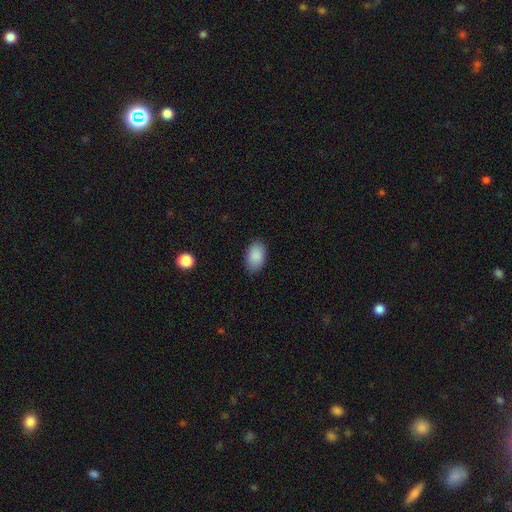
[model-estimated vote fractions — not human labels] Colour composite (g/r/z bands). It shows a smooth galaxy with no disk features (89%) that is in between round and cigar-shaped (91%). Merging: none (84%).